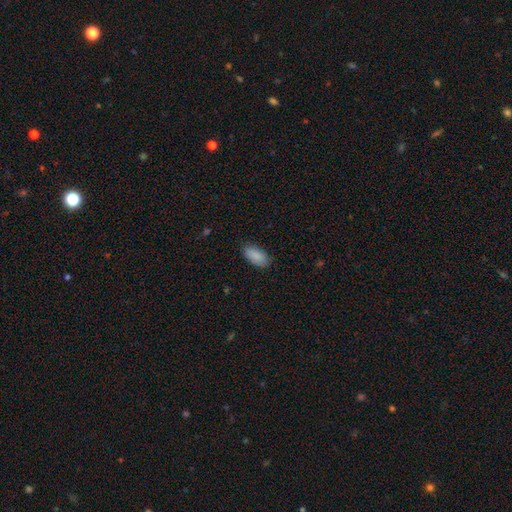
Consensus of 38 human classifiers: Smooth or featured: smooth — 97% (featured or disk — 3%)
How rounded: in between — 92% (cigar-shaped — 8%)
Merging: none — 95% (minor disturbance — 3%)